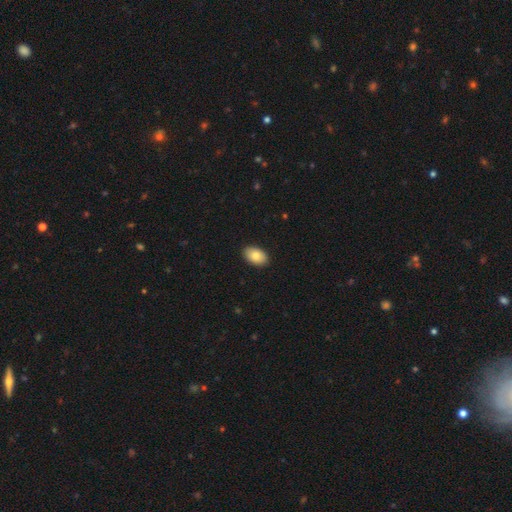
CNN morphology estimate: This appears to be a smooth galaxy with no disk features (84%) that is in between round and cigar-shaped (91%). Merging: none (91%).